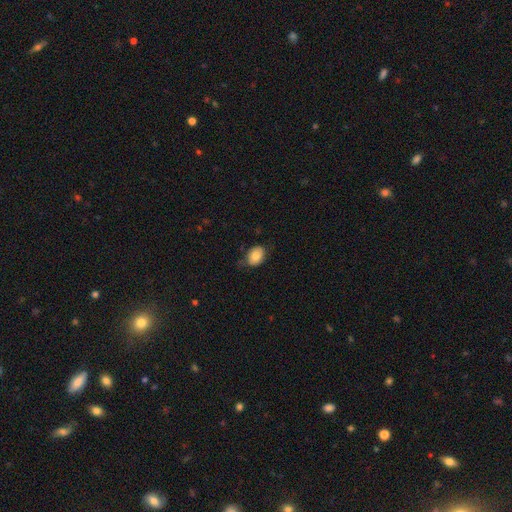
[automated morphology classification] Smooth or featured? smooth (79%)
How rounded? in between (70%)
Merging? none (71%)